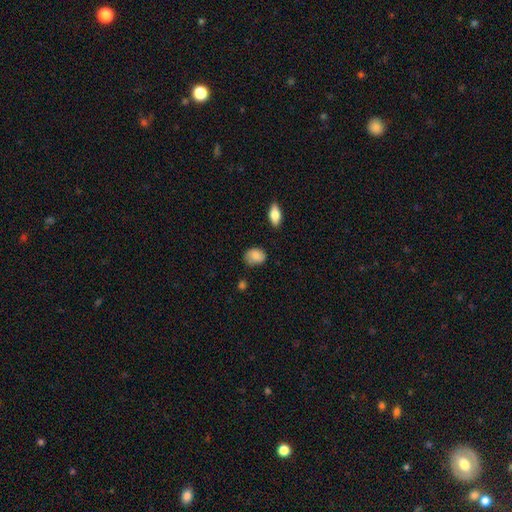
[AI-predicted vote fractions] Smooth or featured?
  - smooth: 84% *
  - featured or disk: 8%
  - star or artifact: 8%
How rounded?
  - in between: 69% *
  - round: 30%
  - cigar-shaped: 1%
Merging?
  - none: 63% *
  - minor disturbance: 29%
  - major disturbance: 6%
  - merger: 2%